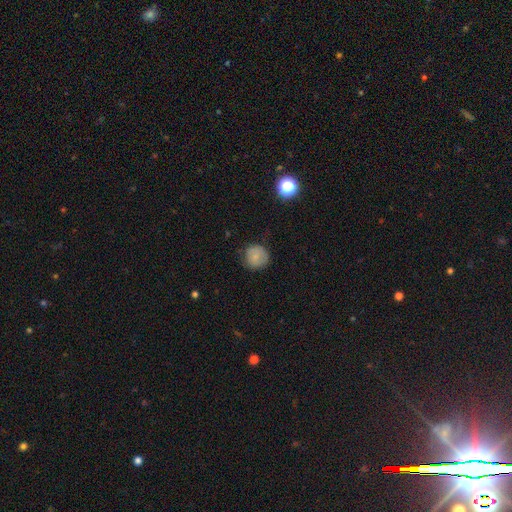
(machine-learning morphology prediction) smooth-or-featured: smooth: 79% | featured or disk: 12% | star or artifact: 10%
  how-rounded: round: 91% | in between: 8% | cigar-shaped: 1%
  merging: none: 78% | minor disturbance: 16% | major disturbance: 4% | merger: 1%